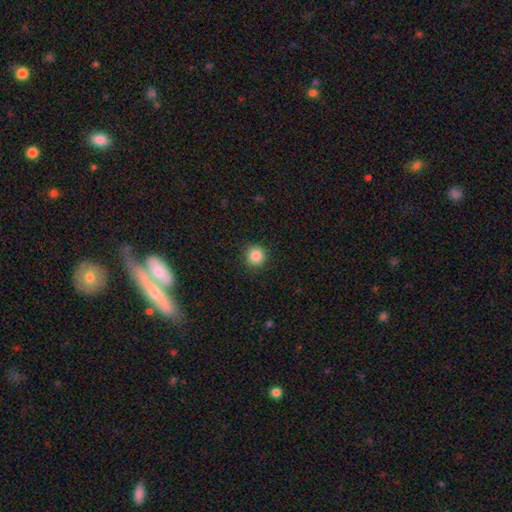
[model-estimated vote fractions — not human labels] smooth 85%, star or artifact 11%, featured or disk 4%. Down the decision tree: how rounded — round (92%); merging — none (91%).